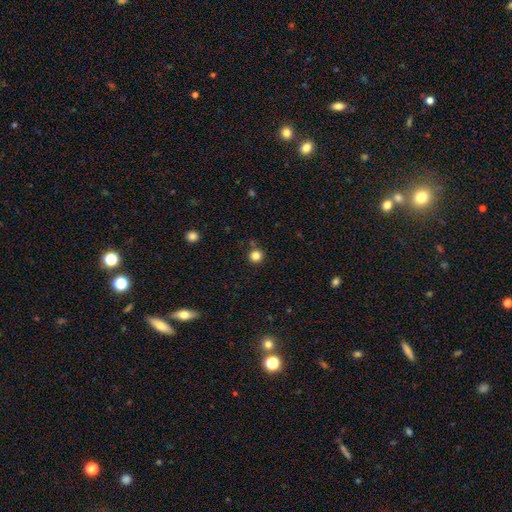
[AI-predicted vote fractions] Q: Smooth or featured?
A: smooth (83%); runner-up: star or artifact (13%)
Q: How rounded?
A: round (93%); runner-up: in between (6%)
Q: Merging?
A: none (87%); runner-up: minor disturbance (7%)